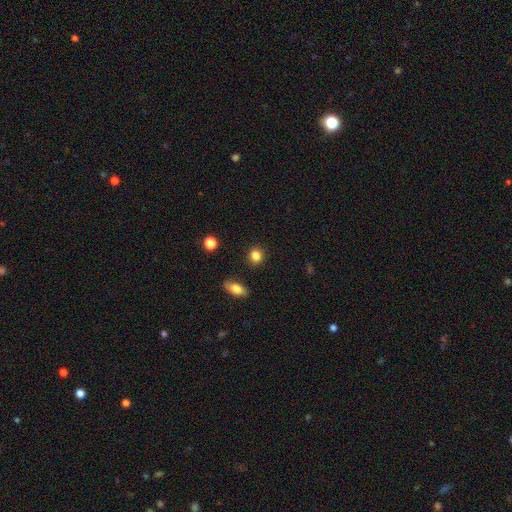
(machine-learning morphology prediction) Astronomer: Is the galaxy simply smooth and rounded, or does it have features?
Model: smooth — 85%.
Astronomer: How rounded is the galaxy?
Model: round — 80%.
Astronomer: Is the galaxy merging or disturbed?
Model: none — 90%.